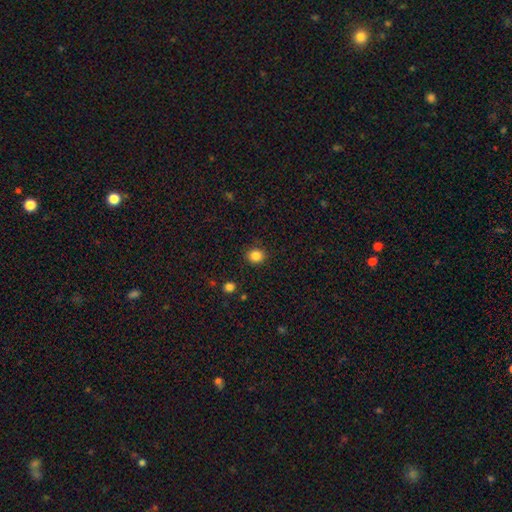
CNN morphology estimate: Smooth or featured?
  - smooth: 85% *
  - star or artifact: 11%
  - featured or disk: 4%
How rounded?
  - round: 82% *
  - in between: 17%
  - cigar-shaped: 1%
Merging?
  - none: 89% *
  - minor disturbance: 7%
  - major disturbance: 2%
  - merger: 1%